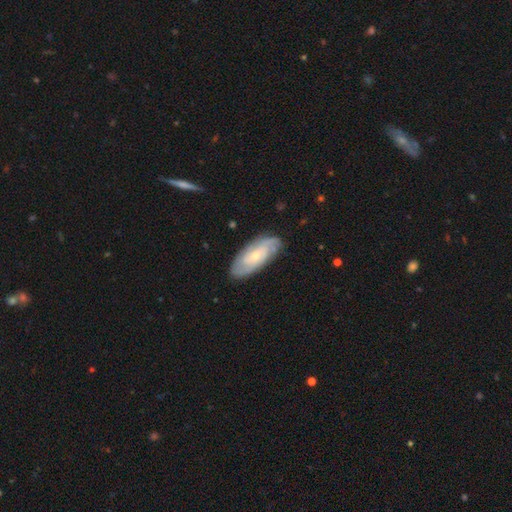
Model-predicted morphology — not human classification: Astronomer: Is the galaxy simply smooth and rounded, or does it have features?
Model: featured or disk — 73%.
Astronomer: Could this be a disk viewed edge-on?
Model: no — 92%.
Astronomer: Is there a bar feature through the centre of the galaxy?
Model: no — 69%.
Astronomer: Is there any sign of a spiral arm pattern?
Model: yes — 93%.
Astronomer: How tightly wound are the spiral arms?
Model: tight — 59%.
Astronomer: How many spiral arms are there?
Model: can't tell — 35% (runner-up: 2, 31%).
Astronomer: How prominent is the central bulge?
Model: small — 67%.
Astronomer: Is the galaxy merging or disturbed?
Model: none — 81%.